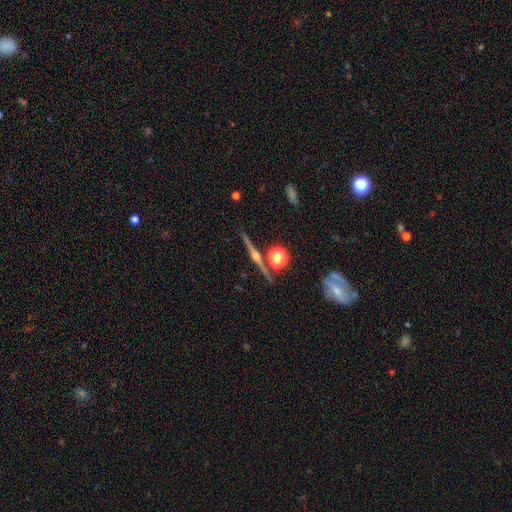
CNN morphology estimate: type=featured or disk (83%); edge-on=yes (97%); edge-on bulge=rounded (92%); merging=none (87%).